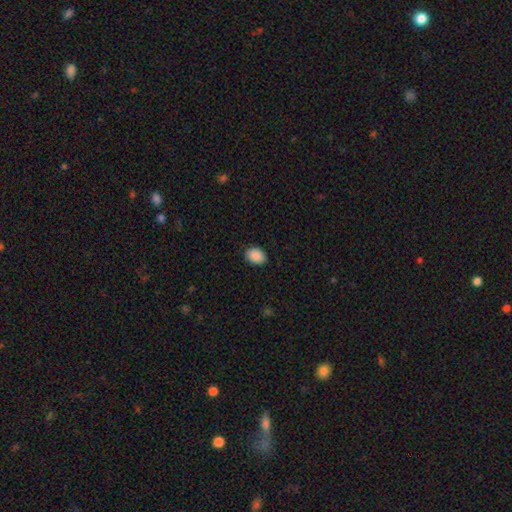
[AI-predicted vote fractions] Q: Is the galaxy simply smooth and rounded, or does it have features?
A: smooth — 89%.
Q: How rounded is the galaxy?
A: in between — 73%.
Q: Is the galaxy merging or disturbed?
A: none — 88%.